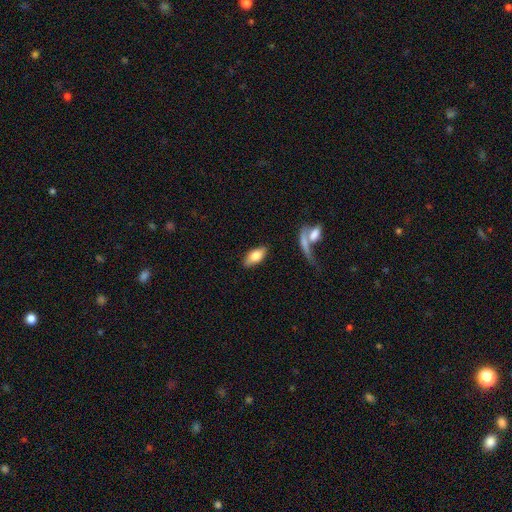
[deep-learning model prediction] This is likely a smooth galaxy (74%). How rounded: clearly in between (87%). Merging: clearly none (83%).